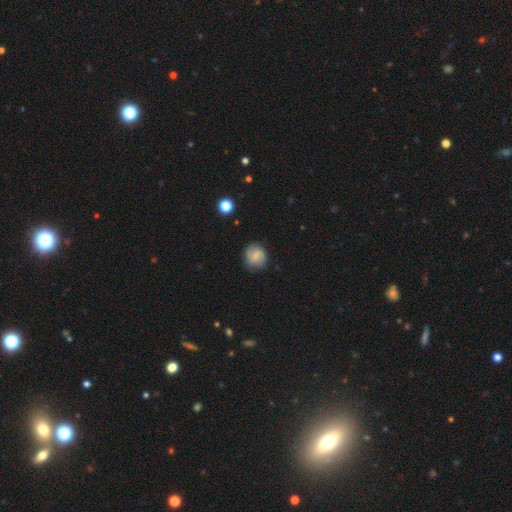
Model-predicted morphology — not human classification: A smooth galaxy with no disk features (53%) that is round (82%).

Vote fractions:
- Smooth or featured? smooth: 53% / featured or disk: 38% / star or artifact: 8%
- How rounded? round: 82% / in between: 17% / cigar-shaped: 1%
- Merging? none: 79% / minor disturbance: 15% / major disturbance: 4% / merger: 1%